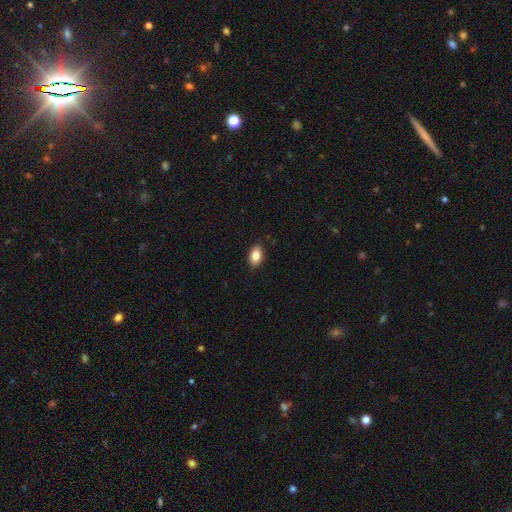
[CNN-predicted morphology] This appears to be a smooth galaxy with no disk features (86%) that is in between round and cigar-shaped (90%). Merging: none (89%).